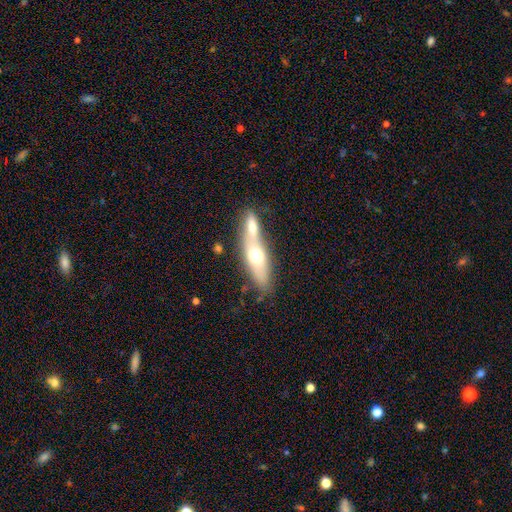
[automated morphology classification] Smooth or featured?
  - smooth: 53% *
  - featured or disk: 41%
  - star or artifact: 6%
How rounded?
  - cigar-shaped: 54% *
  - in between: 43%
  - round: 3%
Merging?
  - merger: 43% *
  - none: 41%
  - minor disturbance: 11%
  - major disturbance: 4%